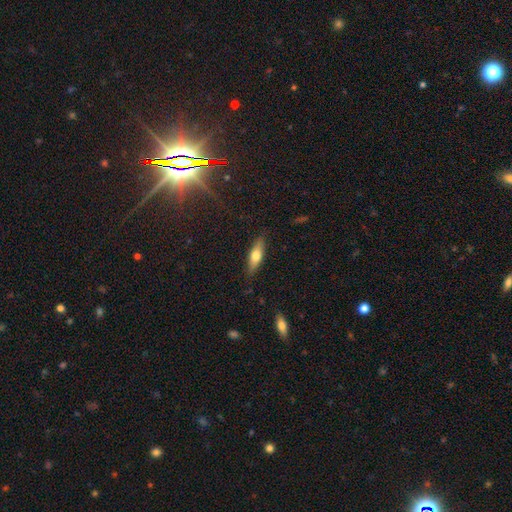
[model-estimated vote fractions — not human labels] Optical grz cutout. It shows a smooth galaxy with no disk features (59%) that is cigar-shaped (55%). Merging: none (87%).